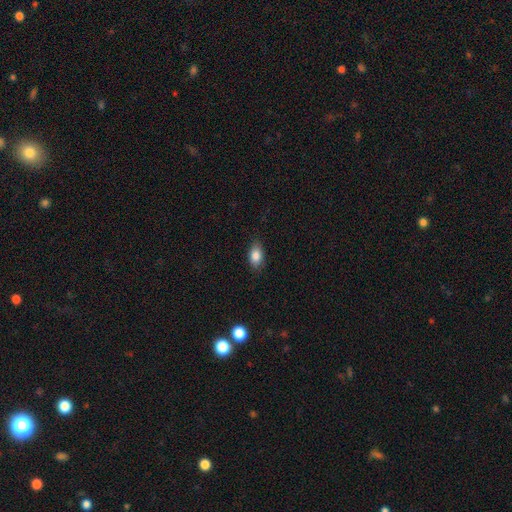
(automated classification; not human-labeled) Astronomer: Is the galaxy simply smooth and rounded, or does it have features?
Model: smooth — 85%.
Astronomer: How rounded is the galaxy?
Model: in between — 87%.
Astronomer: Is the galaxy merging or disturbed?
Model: none — 83%.